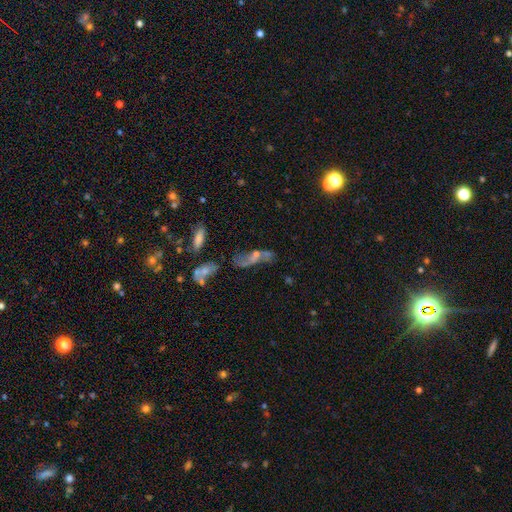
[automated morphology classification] A featured or disk galaxy (47%).

Vote fractions:
- Smooth or featured? featured or disk: 47% / smooth: 31% / star or artifact: 22%
- Merging? none: 40% / merger: 24% / major disturbance: 18% / minor disturbance: 18%